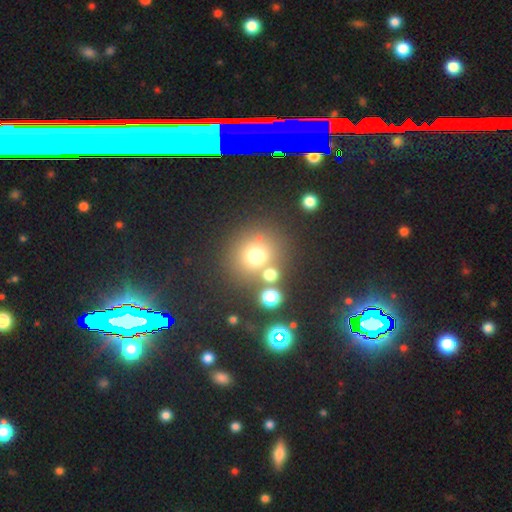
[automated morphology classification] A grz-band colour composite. It shows a smooth galaxy with no disk features (70%) that is round (89%). Merging: none (68%).